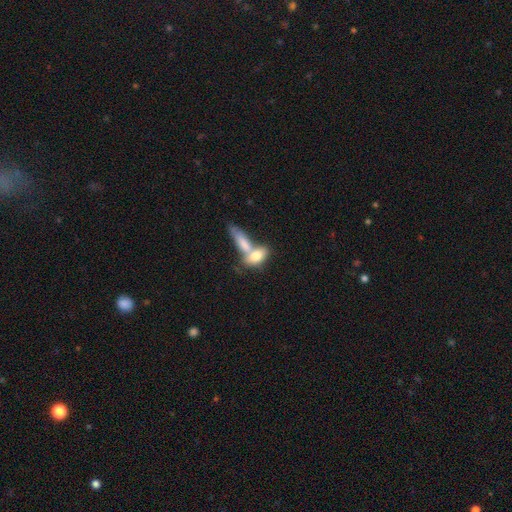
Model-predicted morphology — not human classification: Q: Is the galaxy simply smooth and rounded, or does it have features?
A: smooth — 75%.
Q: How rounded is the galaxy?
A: in between — 78%.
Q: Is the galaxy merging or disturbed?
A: merger — 61%.